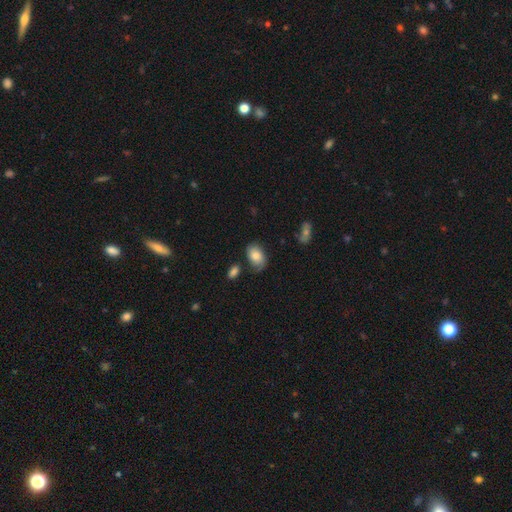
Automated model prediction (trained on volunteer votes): The model was most divided on "merging": none: 61%, minor disturbance: 25%, major disturbance: 8%, merger: 5%. More confident: how rounded — in between (87%); smooth or featured — smooth (67%).